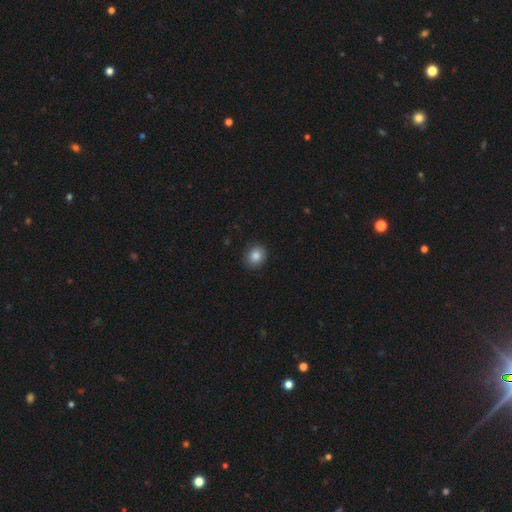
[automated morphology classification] Overall: smooth (85%). How rounded: round (76%). Merging: none (90%).